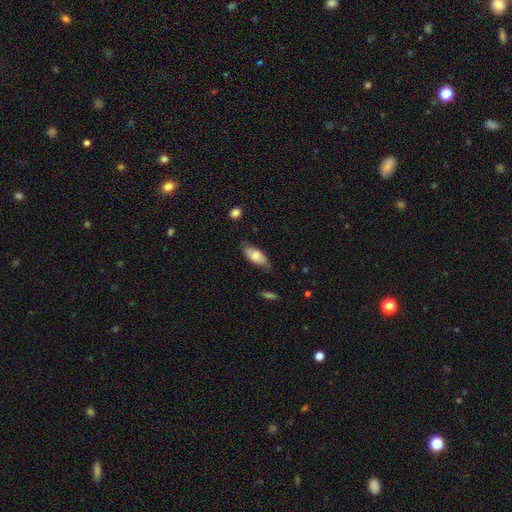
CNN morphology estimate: A smooth galaxy with no disk features (76%) that is in between round and cigar-shaped (86%). Merging: none (69%).